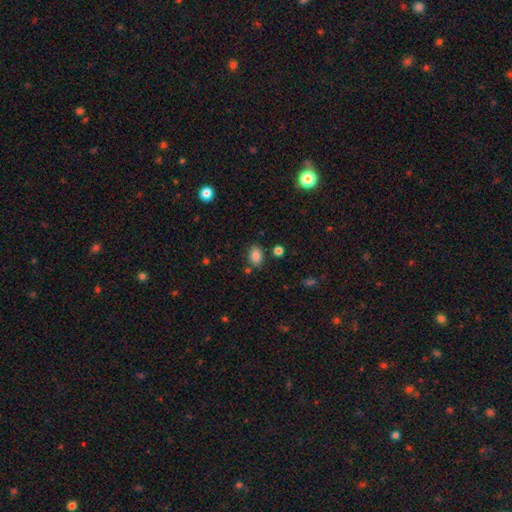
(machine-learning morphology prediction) smooth_or_featured: smooth (p=0.85) [alt: star or artifact p=0.10]
how_rounded: in between (p=0.78) [alt: round p=0.21]
merging: none (p=0.80) [alt: minor disturbance p=0.12]